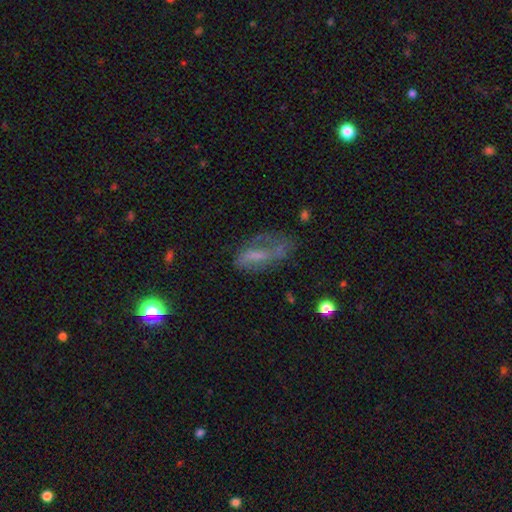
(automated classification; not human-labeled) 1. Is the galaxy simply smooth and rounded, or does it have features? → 46% smooth, 43% featured or disk, 11% star or artifact.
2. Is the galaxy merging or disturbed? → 36% major disturbance, 35% none, 25% minor disturbance, 4% merger.